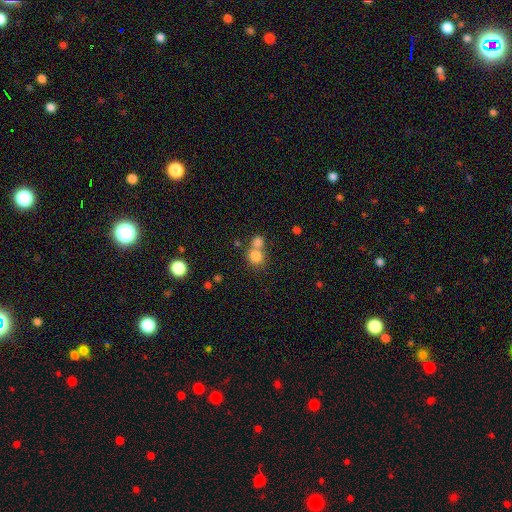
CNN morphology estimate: Smooth or featured? Predicted: smooth (p=0.80). How rounded? Predicted: round (p=0.82). Merging? Predicted: merger (p=0.48).